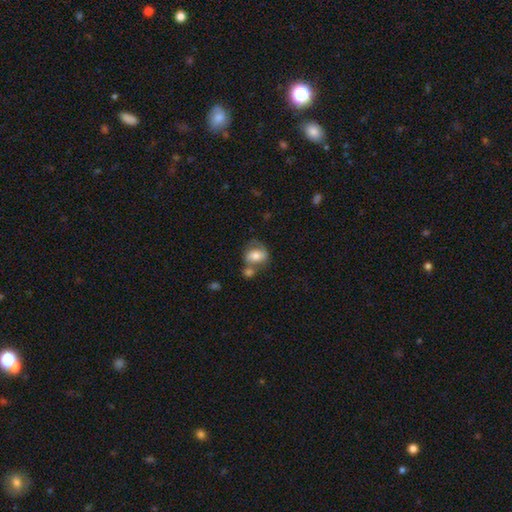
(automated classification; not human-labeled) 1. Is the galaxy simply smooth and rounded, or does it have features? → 60% smooth, 32% featured or disk, 8% star or artifact.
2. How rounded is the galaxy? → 58% in between, 40% round, 1% cigar-shaped.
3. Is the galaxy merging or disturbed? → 35% none, 34% merger, 19% minor disturbance, 12% major disturbance.